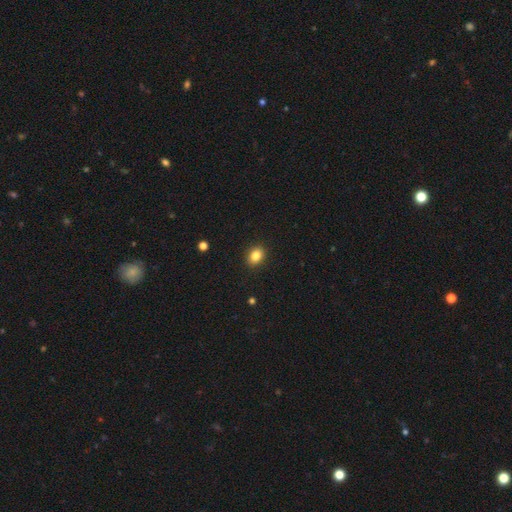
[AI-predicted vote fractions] smooth-or-featured: smooth: 84% | star or artifact: 10% | featured or disk: 5%
  how-rounded: in between: 59% | round: 40% | cigar-shaped: 1%
  merging: none: 90% | minor disturbance: 7% | major disturbance: 2% | merger: 1%